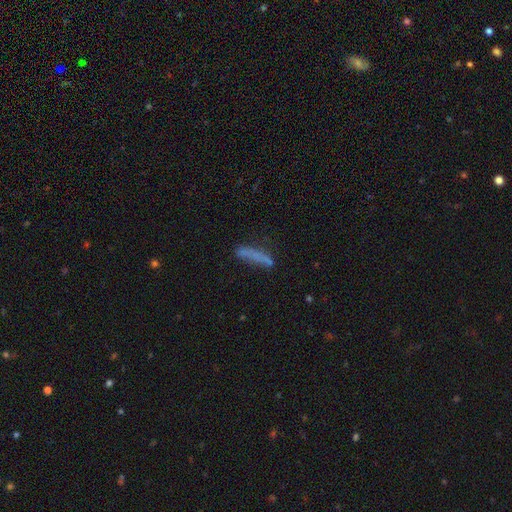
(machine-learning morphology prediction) Smooth or featured: smooth — 69% (featured or disk — 20%)
How rounded: cigar-shaped — 89% (in between — 10%)
Merging: none — 68% (minor disturbance — 19%)